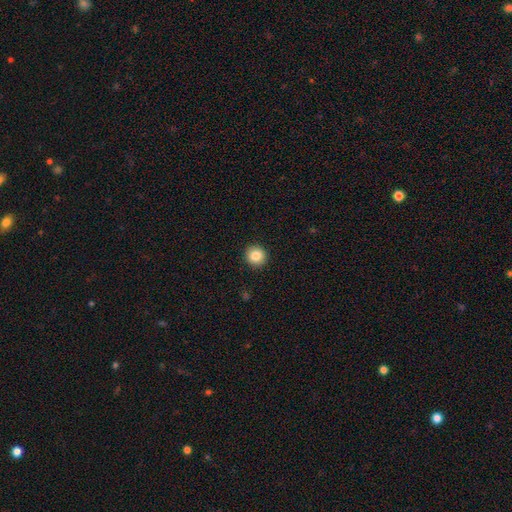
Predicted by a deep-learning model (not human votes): The model was most divided on "smooth or featured": smooth: 84%, star or artifact: 9%, featured or disk: 6%. More confident: how rounded — round (93%); merging — none (93%).